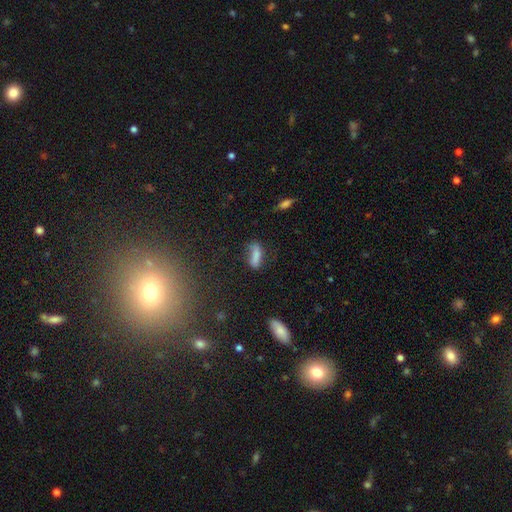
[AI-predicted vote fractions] smooth_or_featured: smooth (p=0.74) [alt: featured or disk p=0.16]
how_rounded: in between (p=0.60) [alt: cigar-shaped p=0.37]
merging: none (p=0.53) [alt: minor disturbance p=0.28]